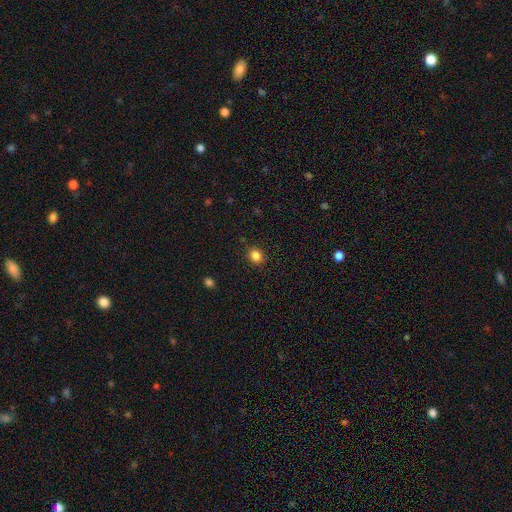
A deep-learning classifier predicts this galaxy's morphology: Q: Smooth or featured?
A: smooth (84%); runner-up: star or artifact (12%)
Q: How rounded?
A: round (74%); runner-up: in between (25%)
Q: Merging?
A: none (88%); runner-up: minor disturbance (8%)